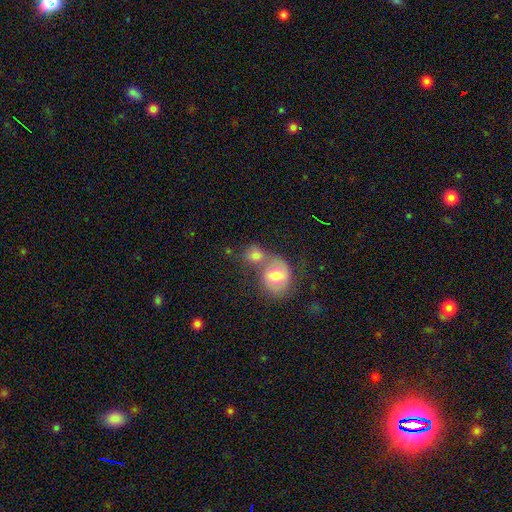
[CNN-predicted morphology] Q: Smooth or featured?
A: smooth (72%); runner-up: featured or disk (19%)
Q: How rounded?
A: round (65%); runner-up: in between (34%)
Q: Merging?
A: merger (56%); runner-up: none (31%)